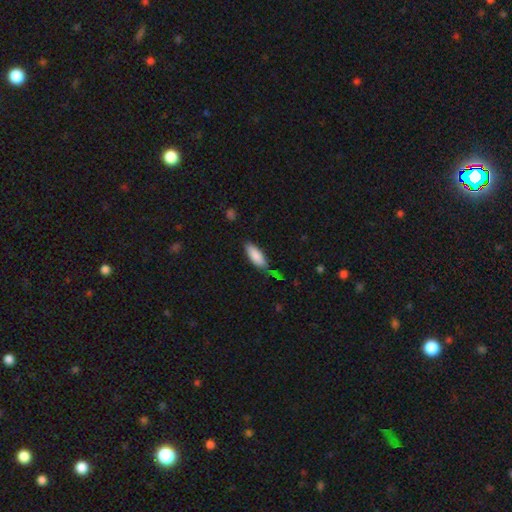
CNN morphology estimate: Smooth or featured? Predicted: smooth (p=0.86). How rounded? Predicted: in between (p=0.72). Merging? Predicted: none (p=0.55).